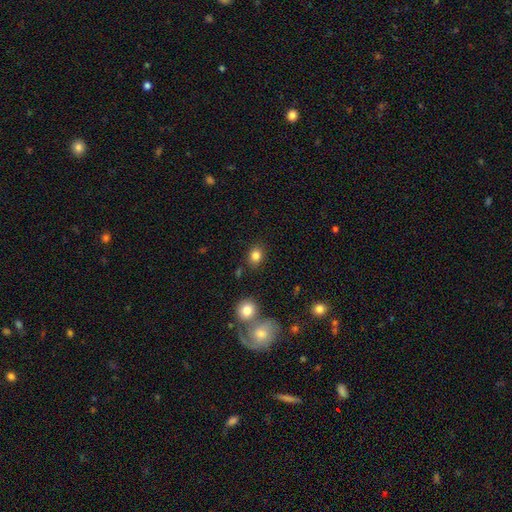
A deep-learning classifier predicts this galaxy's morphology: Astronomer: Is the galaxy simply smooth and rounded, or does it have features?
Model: smooth — 84%.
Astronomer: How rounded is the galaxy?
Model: round — 53% (runner-up: in between, 46%).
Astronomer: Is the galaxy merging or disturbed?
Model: none — 84%.